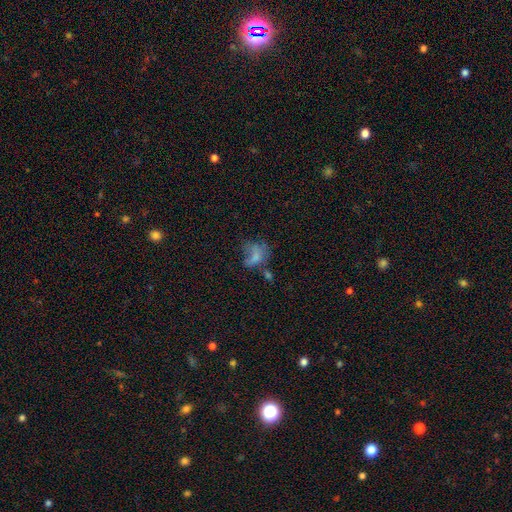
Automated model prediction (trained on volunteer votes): A smooth galaxy with no disk features (57%) that is in between round and cigar-shaped (70%).

Vote fractions:
- Smooth or featured? smooth: 57% / featured or disk: 27% / star or artifact: 16%
- How rounded? in between: 70% / round: 27% / cigar-shaped: 2%
- Merging? major disturbance: 41% / none: 24% / minor disturbance: 21% / merger: 14%